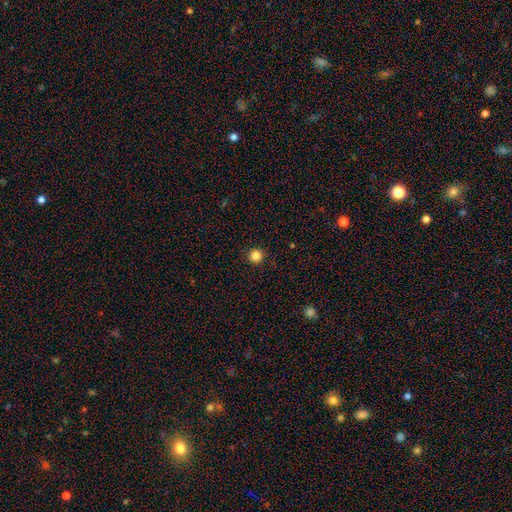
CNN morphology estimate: Smooth or featured: smooth — 85% (star or artifact — 12%)
How rounded: round — 95% (in between — 4%)
Merging: none — 92% (minor disturbance — 5%)